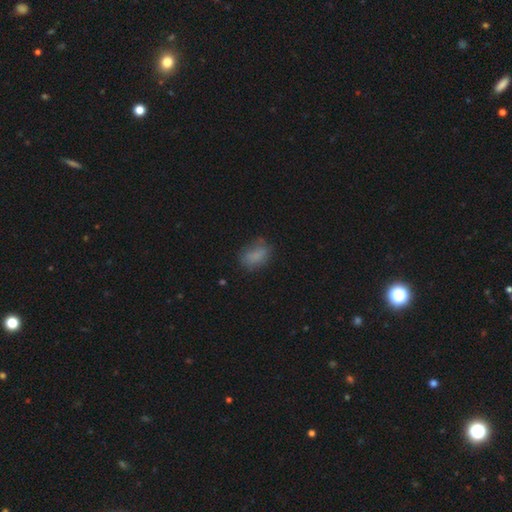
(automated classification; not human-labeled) Smooth or featured?
  - smooth: 78% *
  - featured or disk: 11%
  - star or artifact: 11%
How rounded?
  - in between: 82% *
  - round: 15%
  - cigar-shaped: 3%
Merging?
  - none: 62% *
  - minor disturbance: 25%
  - major disturbance: 11%
  - merger: 2%